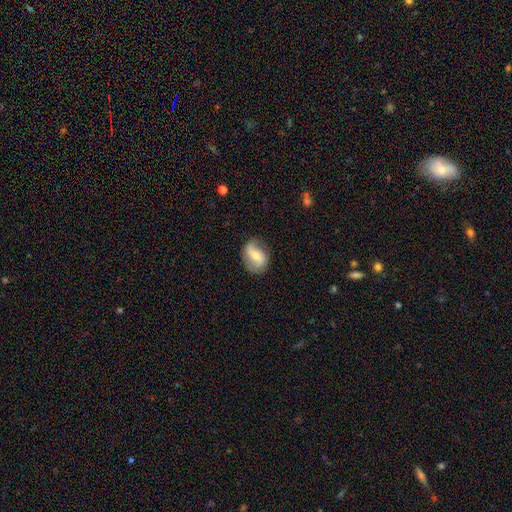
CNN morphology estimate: smooth_or_featured: featured or disk (p=0.52) [alt: smooth p=0.41]
disk_edge_on: no (p=0.95) [alt: yes p=0.05]
merging: none (p=0.72) [alt: minor disturbance p=0.20]